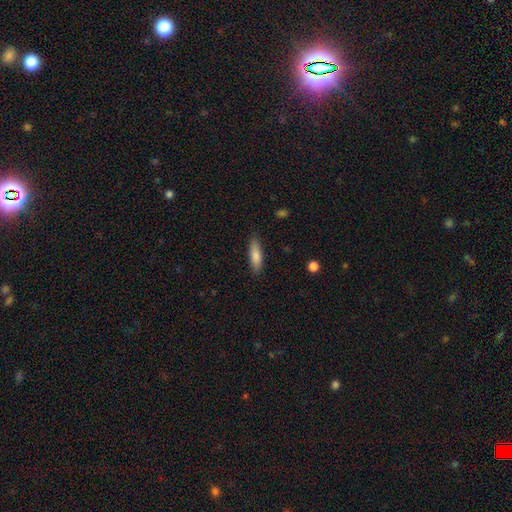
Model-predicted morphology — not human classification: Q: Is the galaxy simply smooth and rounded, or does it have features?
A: smooth — 79%.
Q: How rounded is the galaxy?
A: cigar-shaped — 61%.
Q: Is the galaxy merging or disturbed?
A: none — 87%.